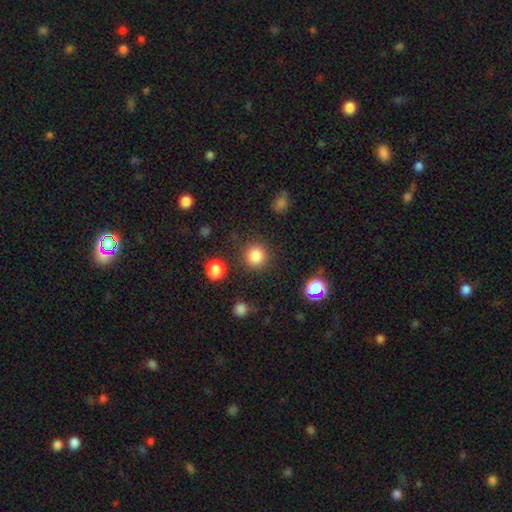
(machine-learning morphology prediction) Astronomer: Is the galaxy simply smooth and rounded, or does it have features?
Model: smooth — 84%.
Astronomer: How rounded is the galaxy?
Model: round — 93%.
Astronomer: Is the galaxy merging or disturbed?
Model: none — 87%.